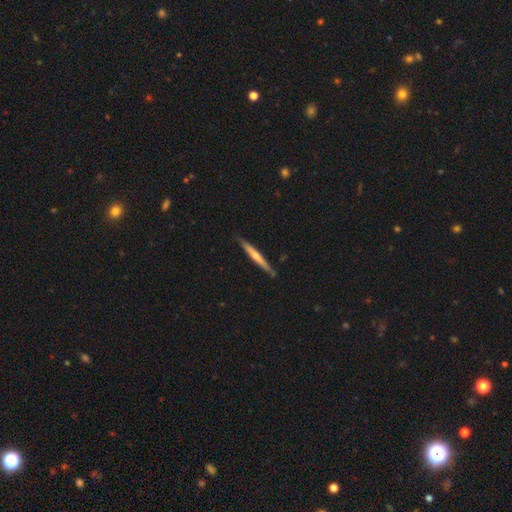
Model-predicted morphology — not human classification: Overall: featured or disk (53%; smooth 42%). Edge-on disk: yes (96%). Edge-on bulge: rounded (59%; none 35%). Merging: none (85%).